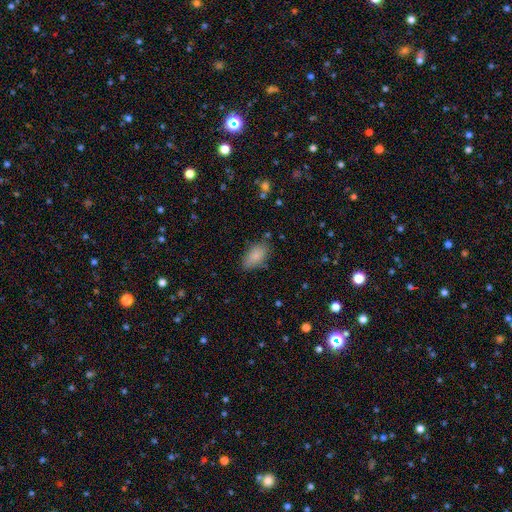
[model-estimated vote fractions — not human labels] The model was most divided on "merging": none: 75%, minor disturbance: 18%, major disturbance: 4%, merger: 2%. More confident: how rounded — in between (91%); smooth or featured — smooth (83%).